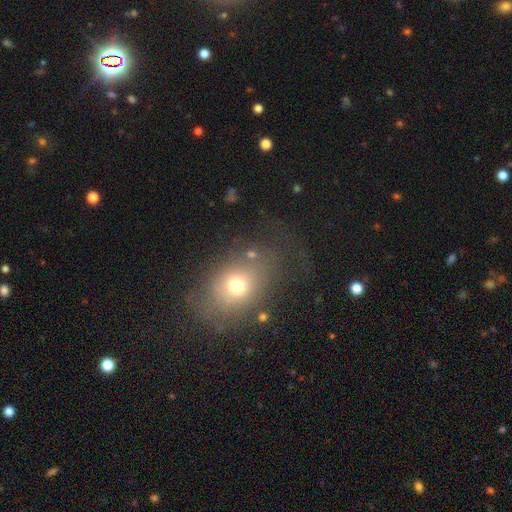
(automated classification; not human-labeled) Q: Smooth or featured?
A: smooth (65%); runner-up: featured or disk (18%)
Q: How rounded?
A: in between (58%); runner-up: round (41%)
Q: Merging?
A: none (64%); runner-up: minor disturbance (20%)